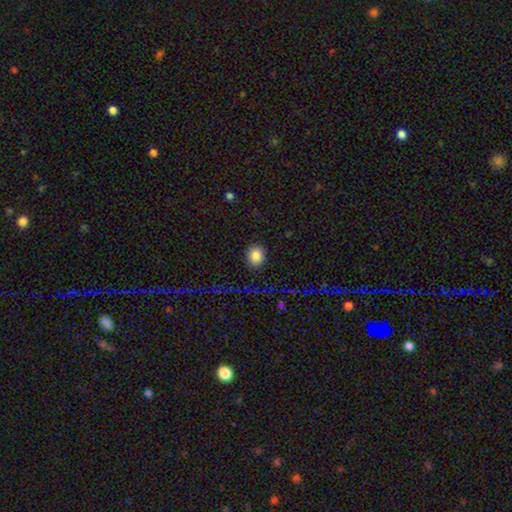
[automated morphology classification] type=smooth (86%); roundness=round (69%); merging=none (90%).